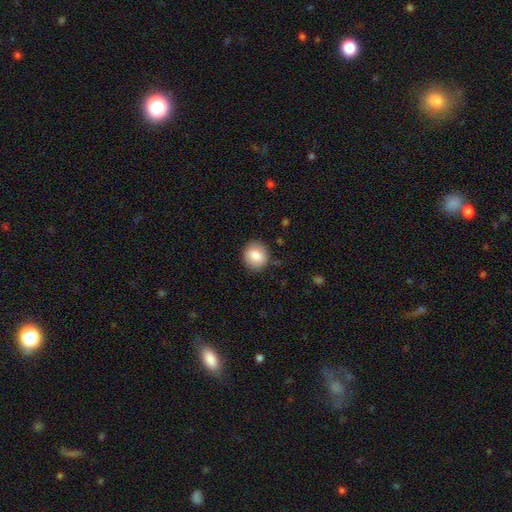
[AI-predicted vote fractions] A smooth galaxy with no disk features (84%) that is round (81%). Merging: none (86%).